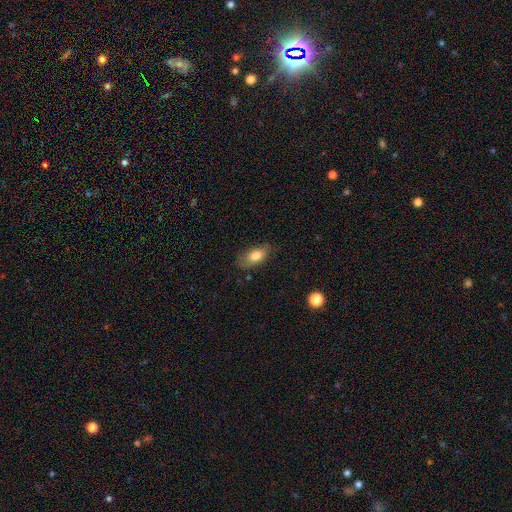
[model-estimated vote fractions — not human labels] Smooth or featured? smooth (78%)
How rounded? in between (89%)
Merging? none (74%)